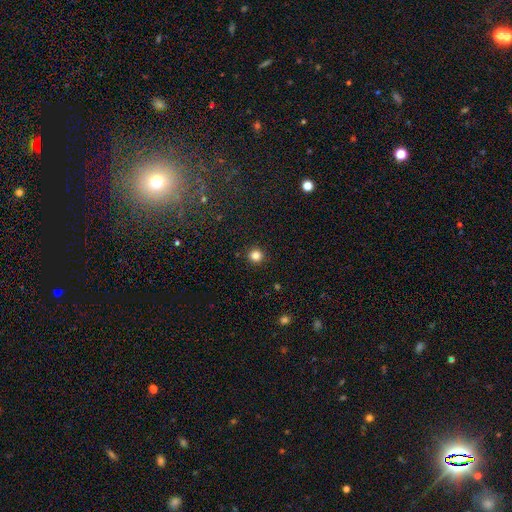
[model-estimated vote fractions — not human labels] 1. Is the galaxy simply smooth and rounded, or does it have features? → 84% smooth, 12% star or artifact, 4% featured or disk.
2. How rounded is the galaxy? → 95% round, 4% in between, 1% cigar-shaped.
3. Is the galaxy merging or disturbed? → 93% none, 5% minor disturbance, 2% major disturbance, 1% merger.